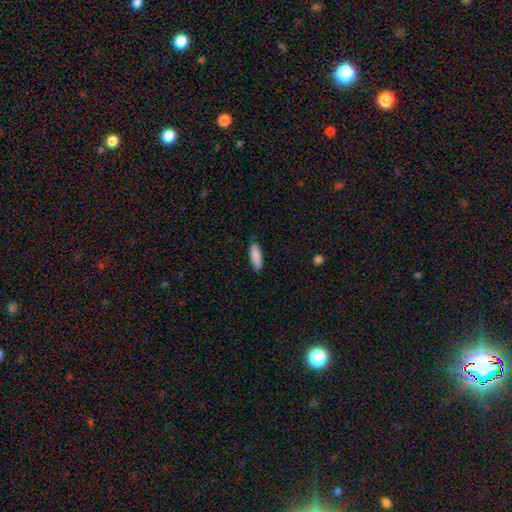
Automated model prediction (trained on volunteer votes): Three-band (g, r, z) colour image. It shows a smooth galaxy with no disk features (89%) that is in between round and cigar-shaped (49%, tied with cigar-shaped). Merging: none (87%).